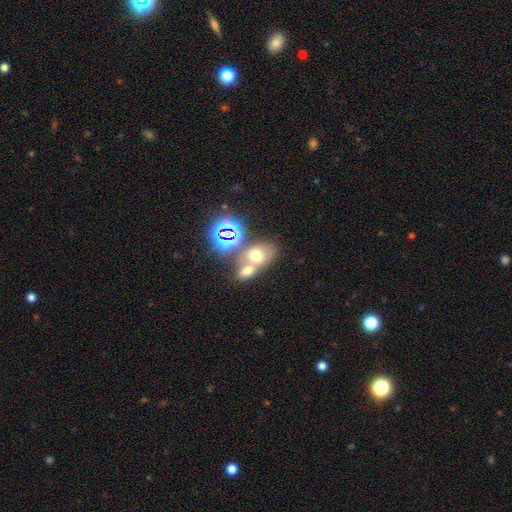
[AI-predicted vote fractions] Overall: smooth (60%; star or artifact 23%). How rounded: in between (67%; round 31%). Merging: merger (53%; none 34%).